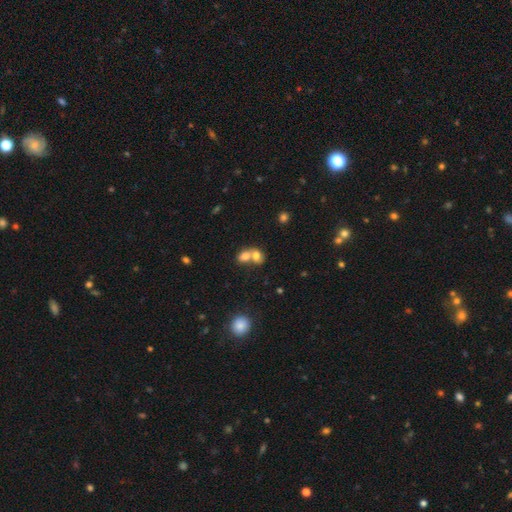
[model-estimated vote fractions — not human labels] A smooth galaxy with no disk features (74%) that is in between round and cigar-shaped (56%).

Vote fractions:
- Smooth or featured? smooth: 74% / featured or disk: 15% / star or artifact: 10%
- How rounded? in between: 56% / round: 43% / cigar-shaped: 1%
- Merging? merger: 72% / none: 20% / minor disturbance: 5% / major disturbance: 3%